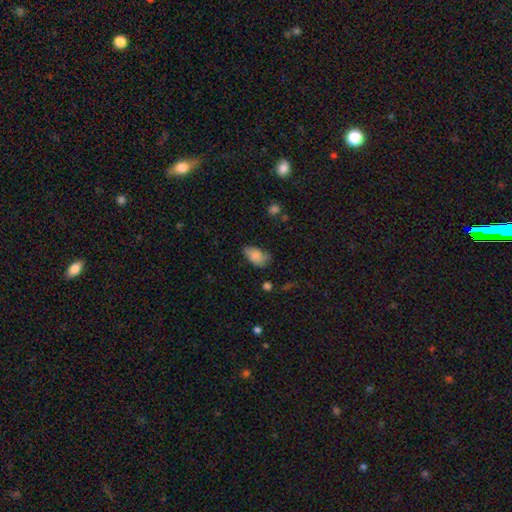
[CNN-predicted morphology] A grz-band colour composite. It shows a smooth galaxy with no disk features (81%) that is in between round and cigar-shaped (92%). Merging: none (60%).